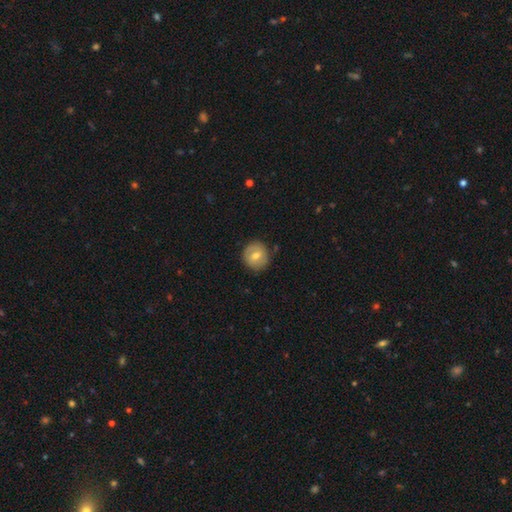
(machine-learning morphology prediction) Smooth or featured? smooth (59%)
How rounded? round (90%)
Merging? none (85%)